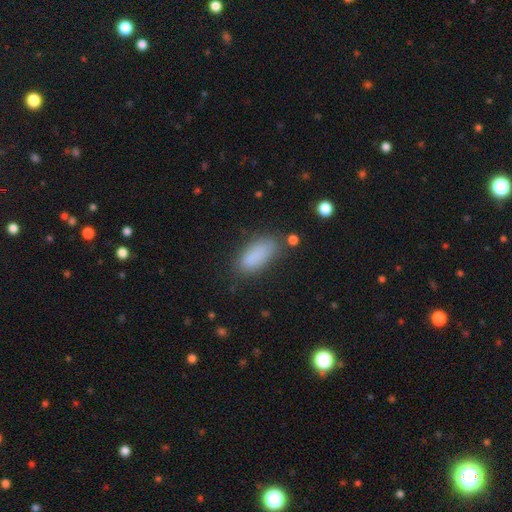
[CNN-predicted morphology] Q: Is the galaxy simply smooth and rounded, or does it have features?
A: smooth — 85%.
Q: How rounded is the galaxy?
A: in between — 81%.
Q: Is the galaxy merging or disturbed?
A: none — 73%.